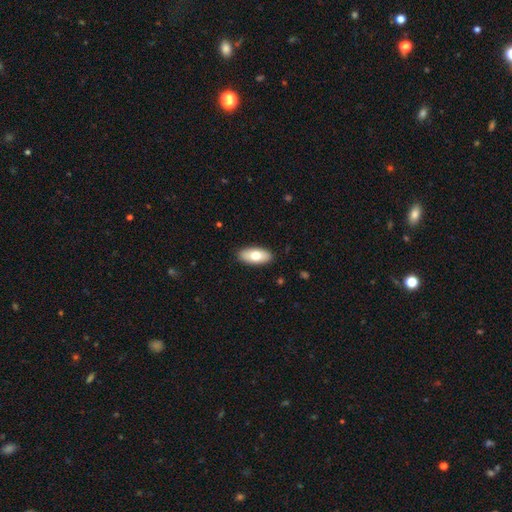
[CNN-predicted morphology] type=smooth (73%); roundness=in between (90%); merging=none (90%).